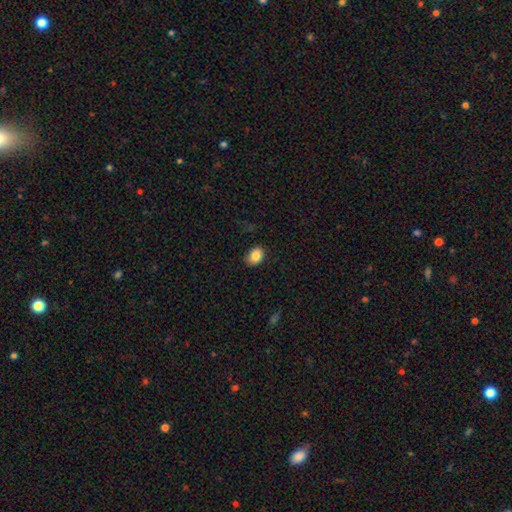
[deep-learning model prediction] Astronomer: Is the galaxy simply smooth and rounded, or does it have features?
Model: smooth — 84%.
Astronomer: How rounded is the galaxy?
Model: in between — 65%.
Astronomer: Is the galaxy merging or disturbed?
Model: none — 81%.